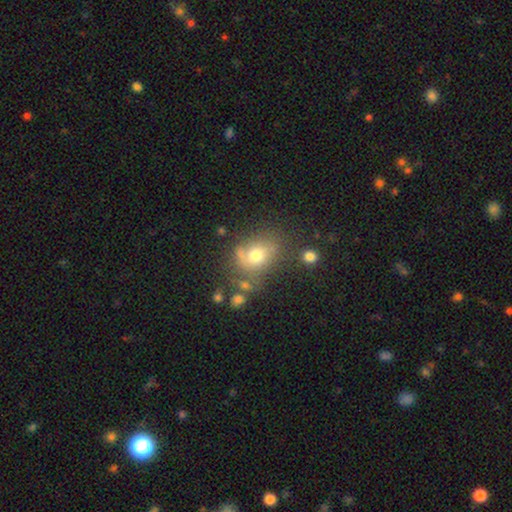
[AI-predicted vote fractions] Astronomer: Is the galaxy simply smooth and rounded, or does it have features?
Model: smooth — 64%.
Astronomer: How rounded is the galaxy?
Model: in between — 53% (runner-up: round, 46%).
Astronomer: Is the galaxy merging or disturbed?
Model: none — 49% (runner-up: minor disturbance, 25%).